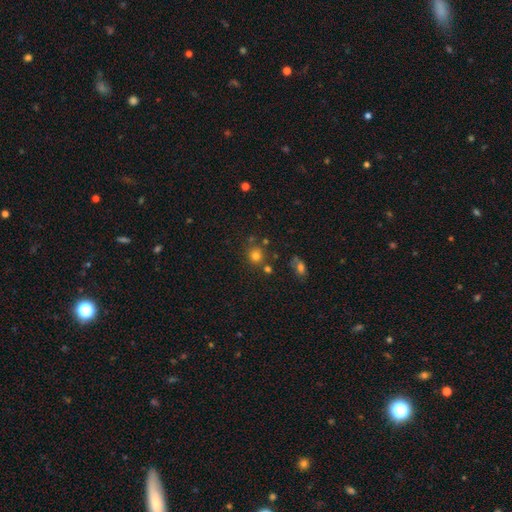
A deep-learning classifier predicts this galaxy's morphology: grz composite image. It shows a smooth galaxy with no disk features (75%) that is round (86%). Merging: none (71%).